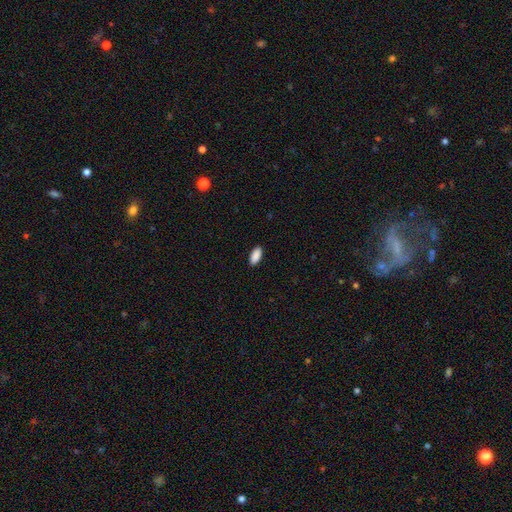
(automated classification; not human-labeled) Smooth or featured? smooth (90%)
How rounded? in between (88%)
Merging? none (89%)